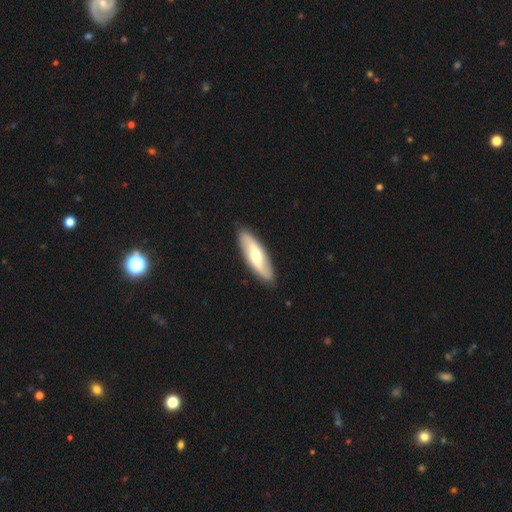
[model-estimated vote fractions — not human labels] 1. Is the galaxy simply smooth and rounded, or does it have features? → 59% featured or disk, 37% smooth, 4% star or artifact.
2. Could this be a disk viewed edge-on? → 70% no, 30% yes.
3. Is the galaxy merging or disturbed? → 89% none, 8% minor disturbance, 2% major disturbance, 1% merger.